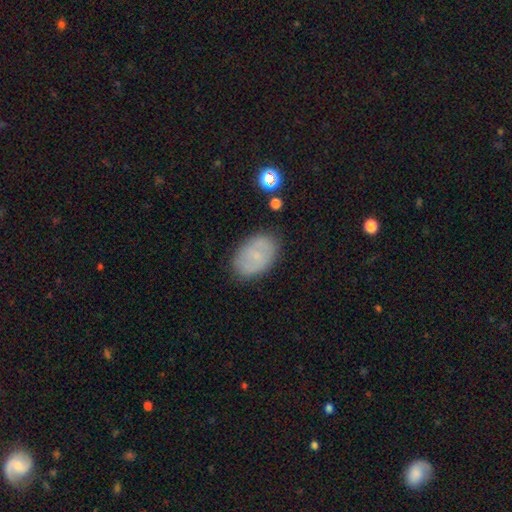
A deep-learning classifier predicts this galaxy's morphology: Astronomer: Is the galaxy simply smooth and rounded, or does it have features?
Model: smooth — 64%.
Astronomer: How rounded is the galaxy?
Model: in between — 87%.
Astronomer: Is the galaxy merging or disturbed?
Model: none — 83%.